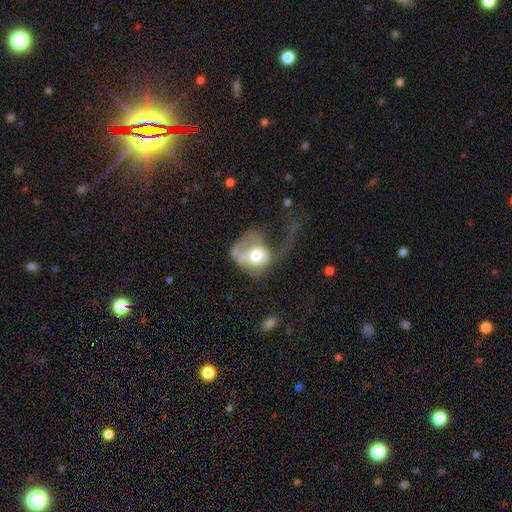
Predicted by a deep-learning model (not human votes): Smooth or featured? Predicted: smooth (p=0.51). How rounded? Predicted: round (p=0.58). Merging? Predicted: major disturbance (p=0.63).